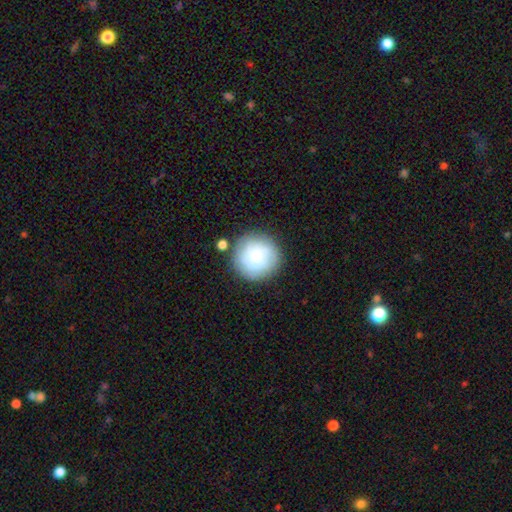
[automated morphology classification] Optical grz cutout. It shows a smooth galaxy with no disk features (68%) that is round (94%). Merging: none (79%).